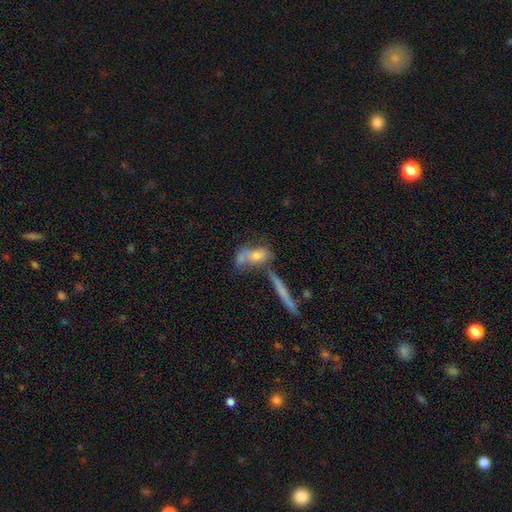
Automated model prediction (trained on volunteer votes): A featured or disk galaxy (46%).

Vote fractions:
- Smooth or featured? featured or disk: 46% / smooth: 43% / star or artifact: 11%
- Merging? merger: 39% / none: 34% / minor disturbance: 15% / major disturbance: 12%